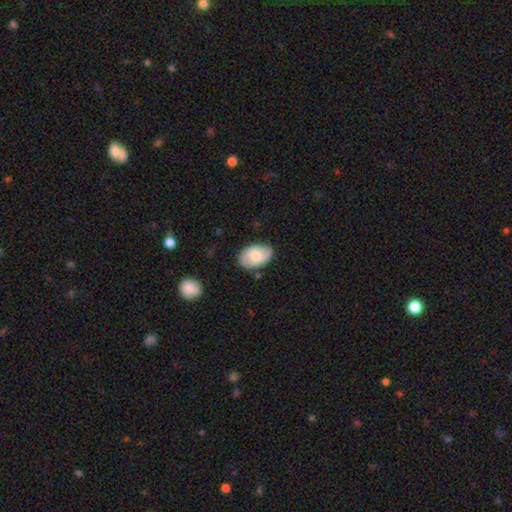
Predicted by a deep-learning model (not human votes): Smooth or featured? Predicted: smooth (p=0.59). How rounded? Predicted: in between (p=0.89). Merging? Predicted: none (p=0.78).